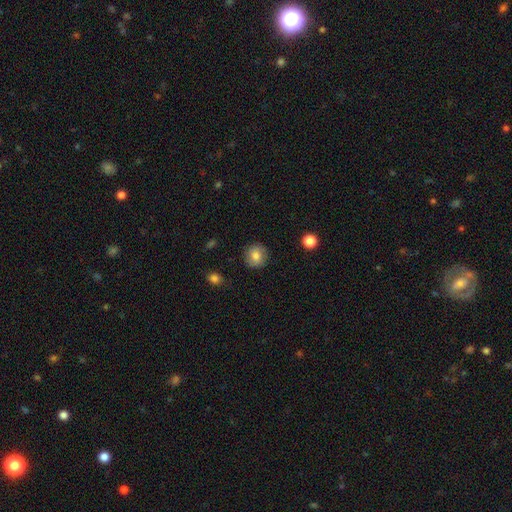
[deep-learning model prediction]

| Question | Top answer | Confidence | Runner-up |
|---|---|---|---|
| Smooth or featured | smooth | 79% | featured or disk (12%) |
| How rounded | round | 88% | in between (11%) |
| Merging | none | 86% | minor disturbance (10%) |